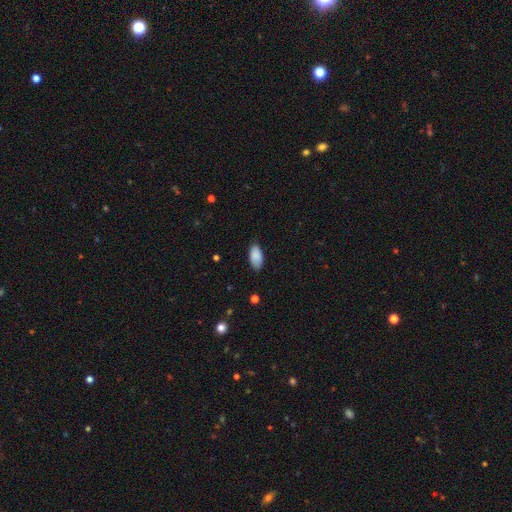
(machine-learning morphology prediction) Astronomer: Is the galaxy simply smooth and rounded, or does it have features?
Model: smooth — 87%.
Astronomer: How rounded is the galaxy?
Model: in between — 94%.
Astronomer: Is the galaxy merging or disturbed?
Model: none — 78%.